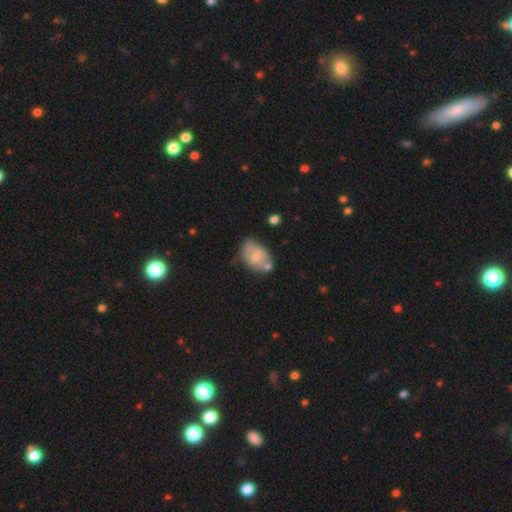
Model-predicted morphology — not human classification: This appears to be a smooth galaxy with no disk features (64%) that is in between round and cigar-shaped (87%). Merging: none (46%).